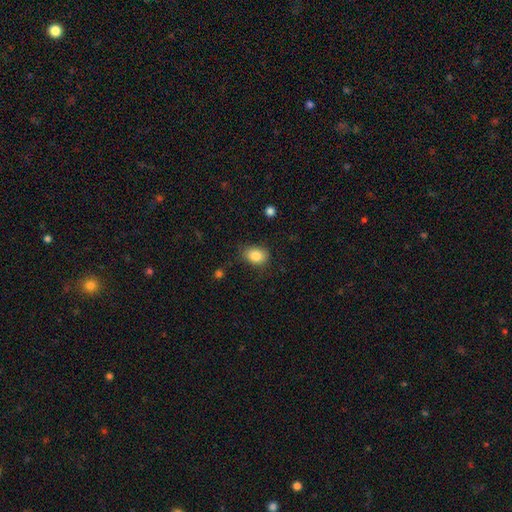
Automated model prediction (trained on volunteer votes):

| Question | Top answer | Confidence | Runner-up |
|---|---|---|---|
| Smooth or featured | smooth | 85% | star or artifact (9%) |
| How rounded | in between | 65% | round (34%) |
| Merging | none | 77% | minor disturbance (17%) |